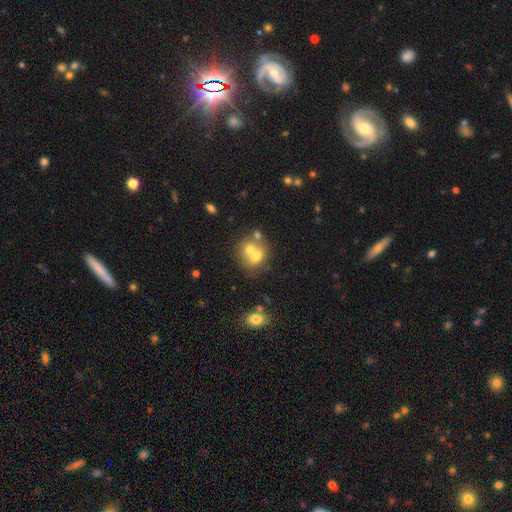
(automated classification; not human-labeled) smooth-or-featured: smooth: 62% | featured or disk: 27% | star or artifact: 12%
  how-rounded: round: 69% | in between: 30% | cigar-shaped: 1%
  merging: merger: 58% | none: 31% | minor disturbance: 7% | major disturbance: 4%